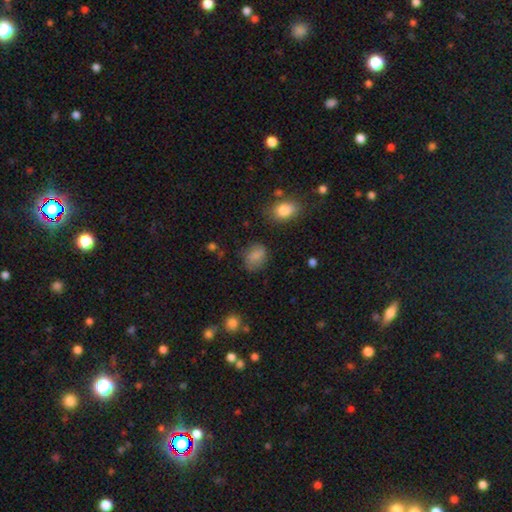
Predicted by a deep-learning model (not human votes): Morphology: type=smooth (78%); roundness=in between (60%); merging=none (70%).